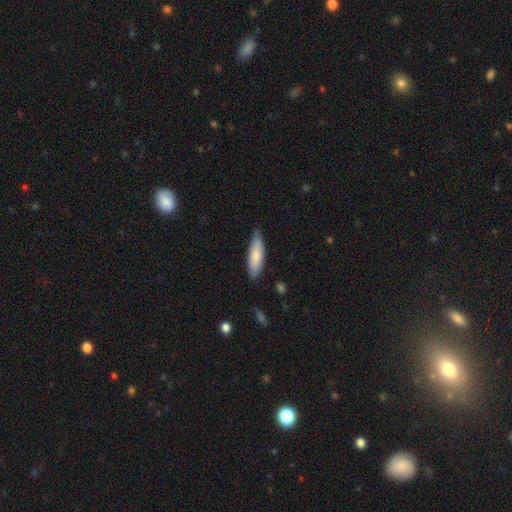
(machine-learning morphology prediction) A smooth galaxy with no disk features (80%) that is cigar-shaped (51%).

Vote fractions:
- Smooth or featured? smooth: 80% / featured or disk: 14% / star or artifact: 5%
- How rounded? cigar-shaped: 51% / in between: 47% / round: 2%
- Merging? none: 76% / minor disturbance: 20% / major disturbance: 3% / merger: 2%